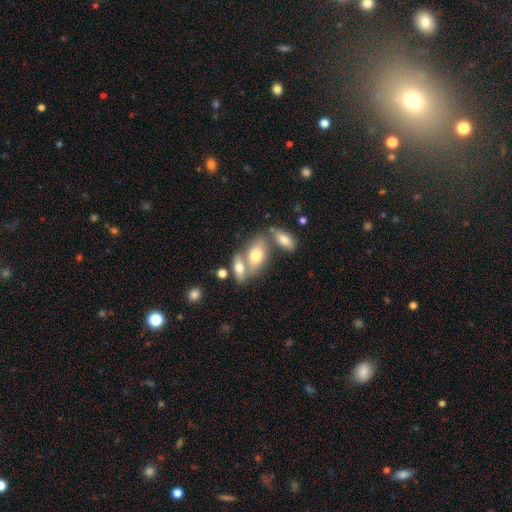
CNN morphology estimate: smooth_or_featured: smooth (p=0.68) [alt: featured or disk p=0.26]
how_rounded: in between (p=0.83) [alt: cigar-shaped p=0.10]
merging: merger (p=0.47) [alt: none p=0.39]